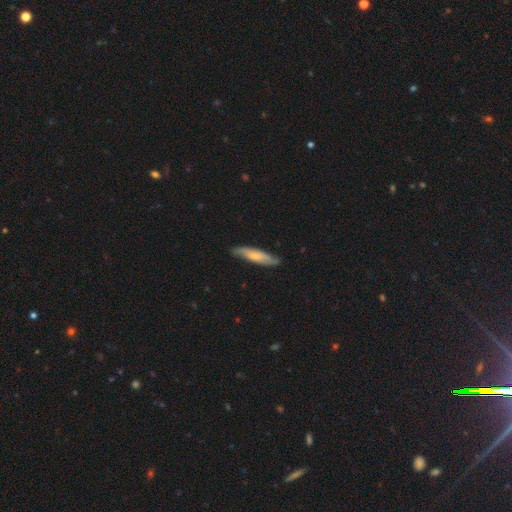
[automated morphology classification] Smooth or featured? Predicted: smooth (p=0.55). How rounded? Predicted: cigar-shaped (p=0.79). Merging? Predicted: none (p=0.81).